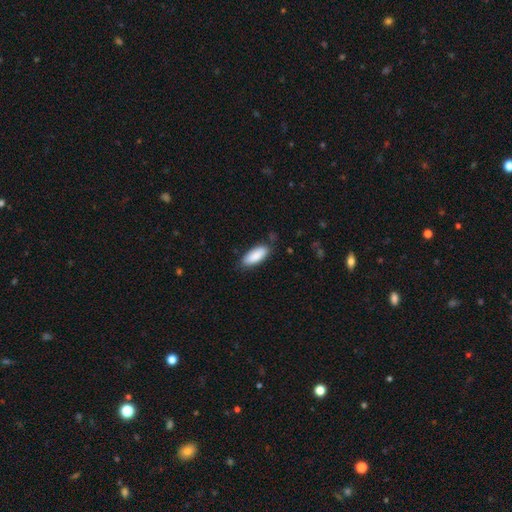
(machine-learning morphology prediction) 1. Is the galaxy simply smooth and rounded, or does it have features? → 88% smooth, 6% star or artifact, 6% featured or disk.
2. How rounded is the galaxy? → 78% in between, 21% cigar-shaped, 2% round.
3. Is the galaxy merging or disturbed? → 80% none, 15% minor disturbance, 3% major disturbance, 2% merger.